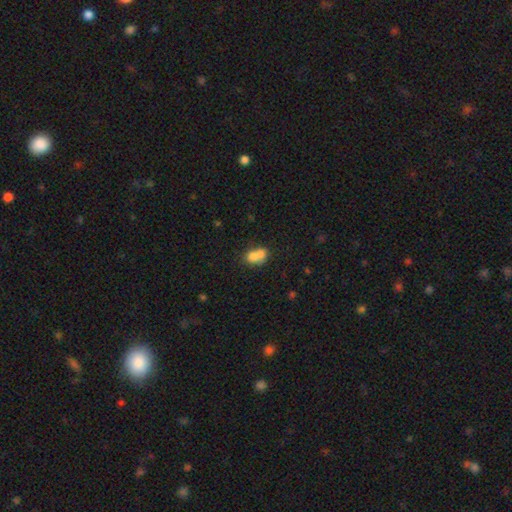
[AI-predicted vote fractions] smooth_or_featured: smooth (p=0.72) [alt: featured or disk p=0.18]
how_rounded: in between (p=0.62) [alt: round p=0.36]
merging: merger (p=0.59) [alt: none p=0.25]